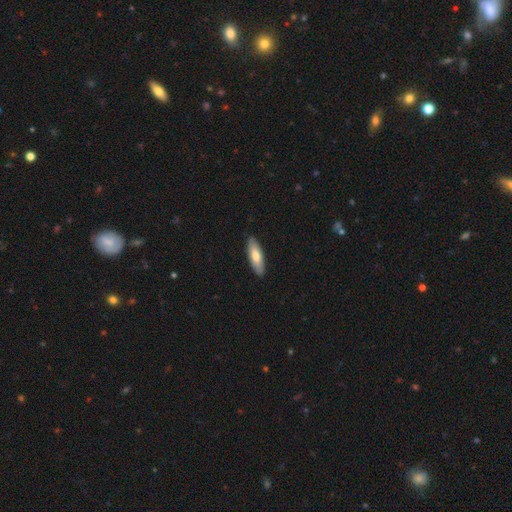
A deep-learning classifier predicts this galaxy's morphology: A smooth galaxy with no disk features (72%) that is cigar-shaped (52%). Merging: none (89%).